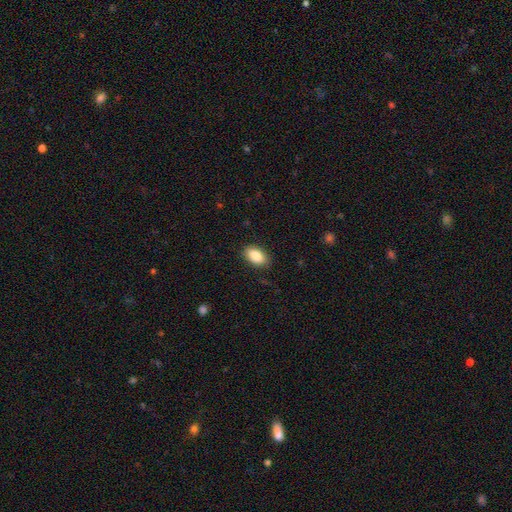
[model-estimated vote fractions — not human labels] This is clearly a smooth galaxy (87%). How rounded: clearly in between (92%). Merging: clearly none (86%).